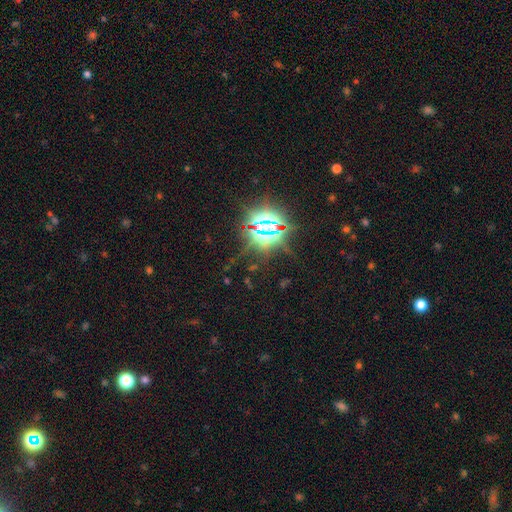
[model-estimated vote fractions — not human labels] The model was most divided on "smooth or featured": star or artifact: 85%, smooth: 8%, featured or disk: 6%.